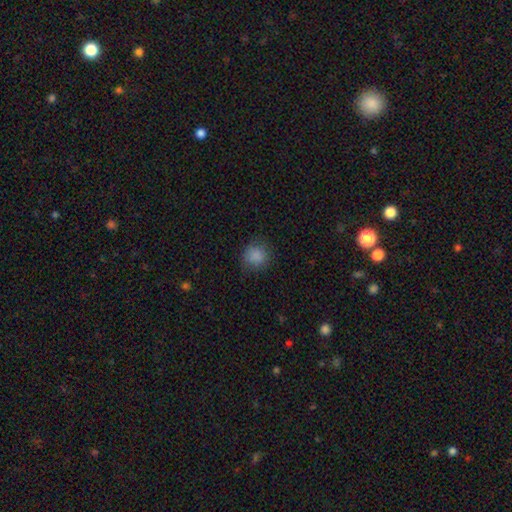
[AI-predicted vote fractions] smooth 86%, star or artifact 10%, featured or disk 4%. Down the decision tree: how rounded — round (86%); merging — none (83%).